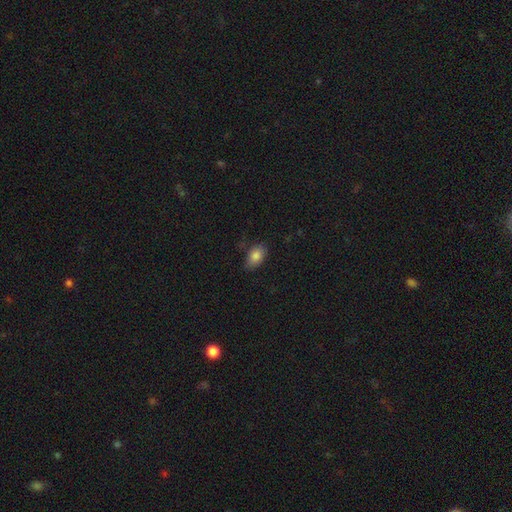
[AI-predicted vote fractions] A smooth galaxy with no disk features (84%) that is in between round and cigar-shaped (88%). Merging: none (77%).